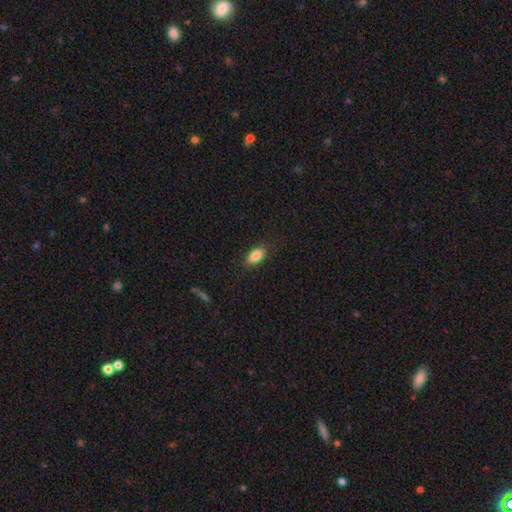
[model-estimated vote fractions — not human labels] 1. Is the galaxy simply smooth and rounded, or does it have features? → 86% smooth, 8% star or artifact, 6% featured or disk.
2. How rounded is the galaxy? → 90% in between, 6% round, 4% cigar-shaped.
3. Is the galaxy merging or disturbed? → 86% none, 10% minor disturbance, 3% major disturbance, 1% merger.